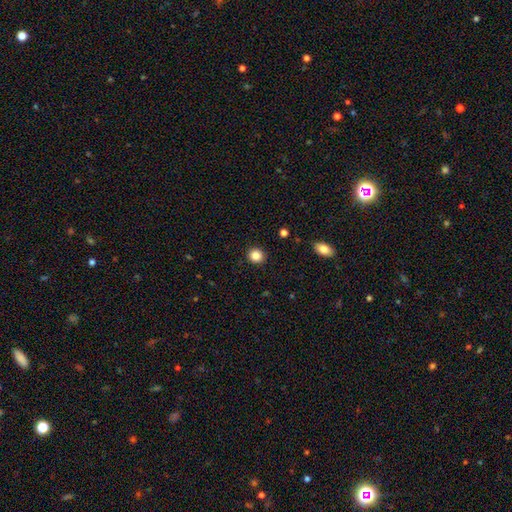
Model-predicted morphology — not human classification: Smooth or featured? Predicted: smooth (p=0.86). How rounded? Predicted: round (p=0.89). Merging? Predicted: none (p=0.91).